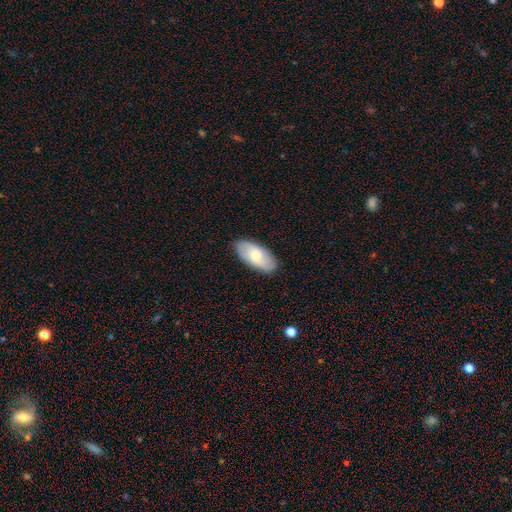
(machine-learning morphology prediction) A smooth galaxy with no disk features (62%) that is in between round and cigar-shaped (91%).

Vote fractions:
- Smooth or featured? smooth: 62% / featured or disk: 32% / star or artifact: 6%
- How rounded? in between: 91% / cigar-shaped: 6% / round: 2%
- Merging? none: 86% / minor disturbance: 11% / major disturbance: 2% / merger: 1%